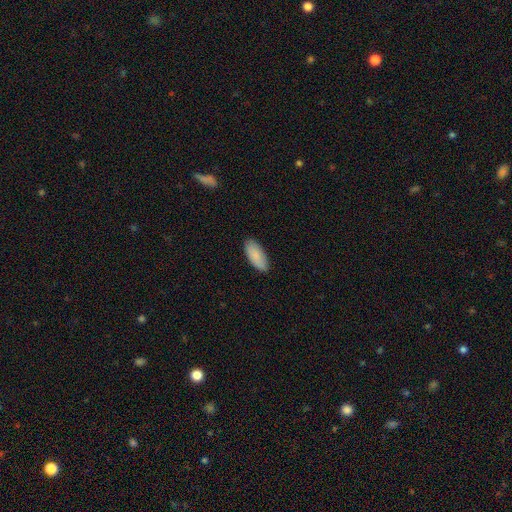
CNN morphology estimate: type=smooth (87%); roundness=in between (86%); merging=none (86%).